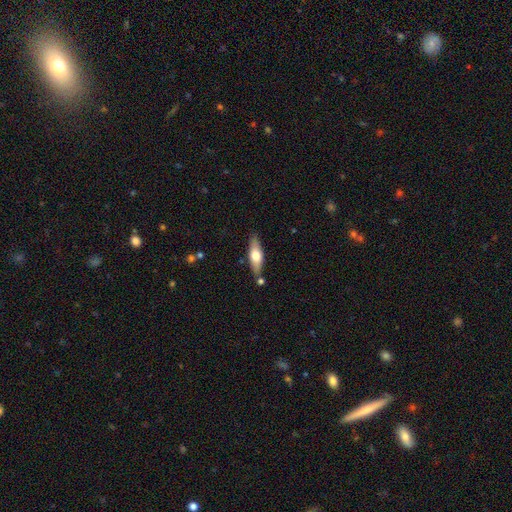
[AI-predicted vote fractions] A smooth galaxy with no disk features (53%) that is in between round and cigar-shaped (50%).

Vote fractions:
- Smooth or featured? smooth: 53% / featured or disk: 41% / star or artifact: 6%
- How rounded? in between: 50% / cigar-shaped: 48% / round: 2%
- Merging? none: 79% / minor disturbance: 13% / merger: 6% / major disturbance: 3%